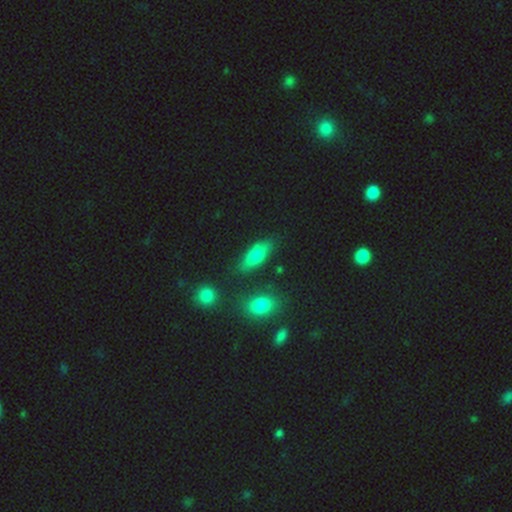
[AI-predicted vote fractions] smooth_or_featured: smooth (p=0.71) [alt: featured or disk p=0.20]
how_rounded: in between (p=0.73) [alt: cigar-shaped p=0.22]
merging: none (p=0.77) [alt: minor disturbance p=0.14]